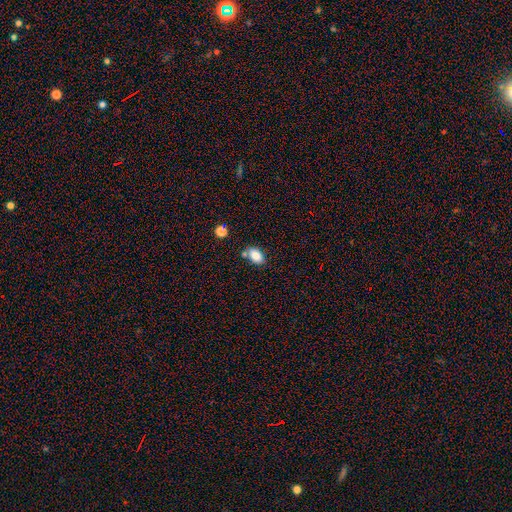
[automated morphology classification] smooth-or-featured: smooth: 83% | star or artifact: 9% | featured or disk: 8%
  how-rounded: in between: 88% | round: 10% | cigar-shaped: 2%
  merging: none: 69% | minor disturbance: 15% | merger: 13% | major disturbance: 3%